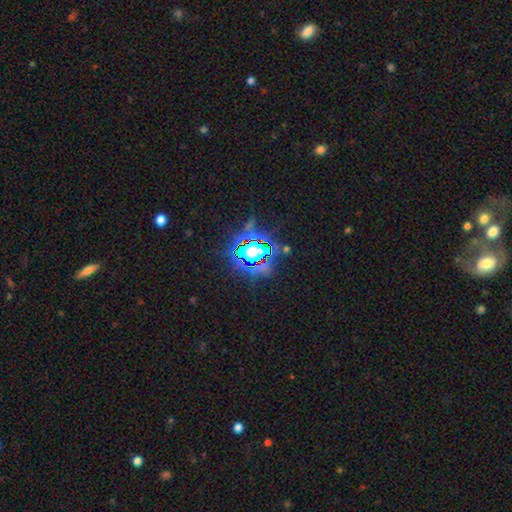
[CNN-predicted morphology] A star or artifact, not a galaxy (83%).